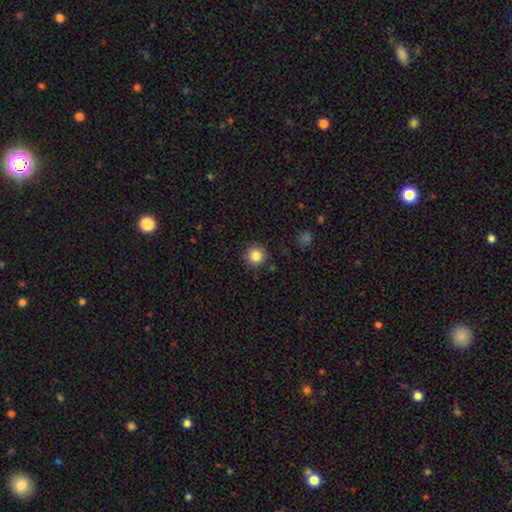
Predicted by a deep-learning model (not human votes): A smooth galaxy with no disk features (84%) that is round (95%).

Vote fractions:
- Smooth or featured? smooth: 84% / star or artifact: 10% / featured or disk: 5%
- How rounded? round: 95% / in between: 4% / cigar-shaped: 1%
- Merging? none: 89% / minor disturbance: 7% / major disturbance: 2% / merger: 2%